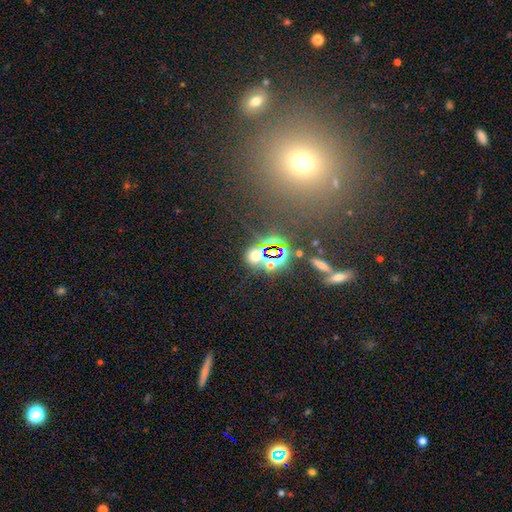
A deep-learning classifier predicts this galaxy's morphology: This is possibly a star or artifact rather than a galaxy (46%).